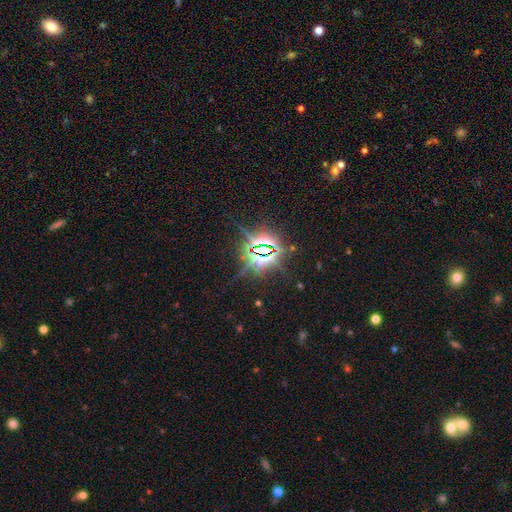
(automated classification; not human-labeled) Smooth or featured: star or artifact — 85% (smooth — 8%)